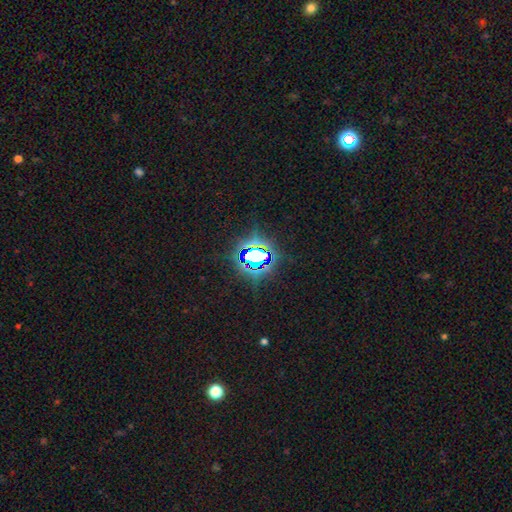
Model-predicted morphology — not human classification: type=star or artifact (74%).